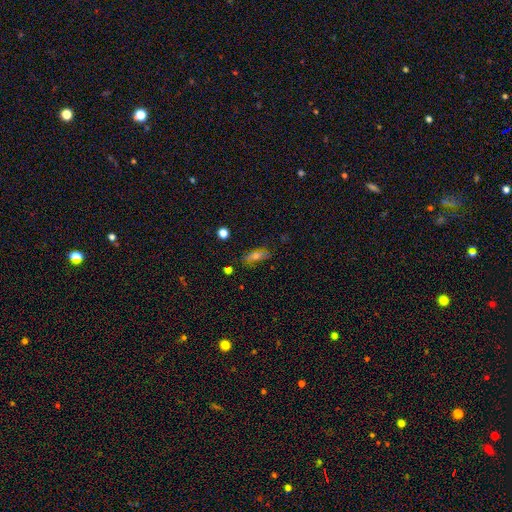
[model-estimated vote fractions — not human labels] Smooth or featured?
  - smooth: 58% *
  - featured or disk: 26%
  - star or artifact: 16%
How rounded?
  - in between: 62% *
  - cigar-shaped: 32%
  - round: 6%
Merging?
  - none: 78% *
  - minor disturbance: 15%
  - major disturbance: 4%
  - merger: 2%